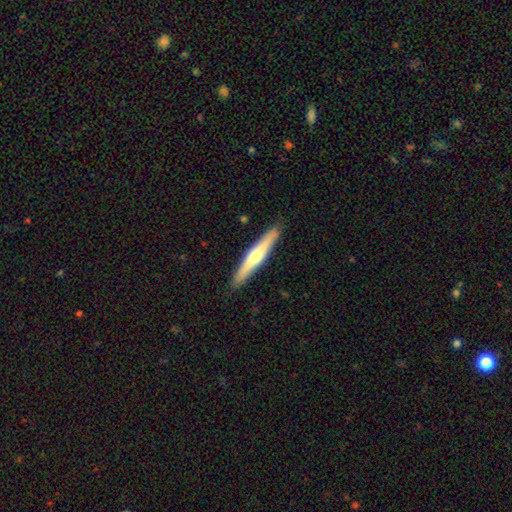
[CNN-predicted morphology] Q: Smooth or featured?
A: featured or disk (52%); runner-up: smooth (44%)
Q: Edge-on disk?
A: yes (95%); runner-up: no (5%)
Q: Merging?
A: none (90%); runner-up: minor disturbance (7%)